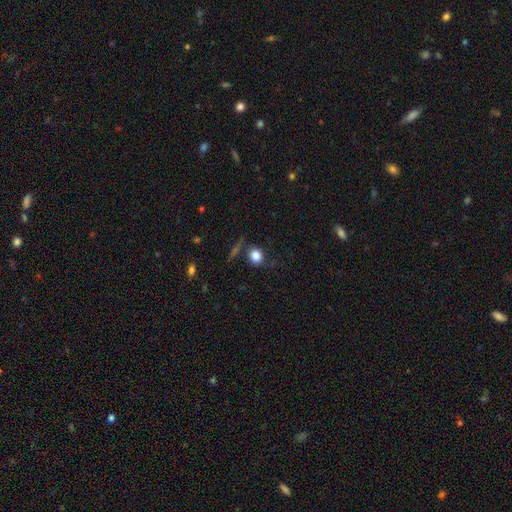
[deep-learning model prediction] smooth 81%, star or artifact 10%, featured or disk 9%. Down the decision tree: how rounded — round (71%); merging — none (68%).